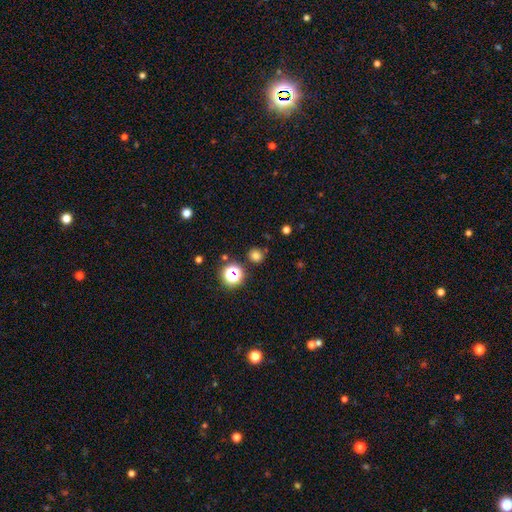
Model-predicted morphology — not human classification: type=smooth (73%); roundness=round (90%); merging=none (83%).